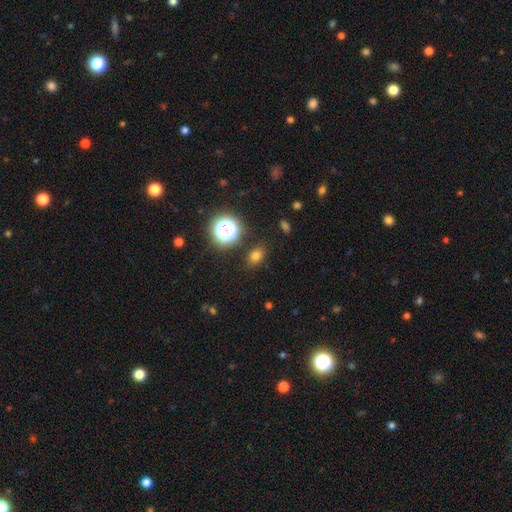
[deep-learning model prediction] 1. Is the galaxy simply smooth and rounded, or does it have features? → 73% smooth, 20% star or artifact, 6% featured or disk.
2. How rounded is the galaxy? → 59% in between, 40% round, 1% cigar-shaped.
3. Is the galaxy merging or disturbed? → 84% none, 10% minor disturbance, 4% major disturbance, 2% merger.